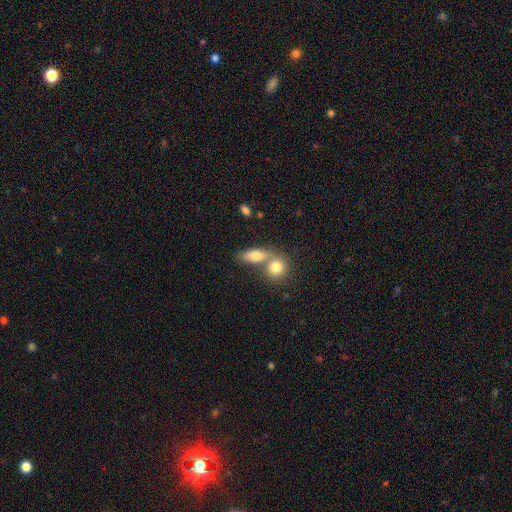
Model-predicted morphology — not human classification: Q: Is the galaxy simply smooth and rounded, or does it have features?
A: smooth — 78%.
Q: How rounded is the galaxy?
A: in between — 70%.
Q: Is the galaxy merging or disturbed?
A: merger — 49%.